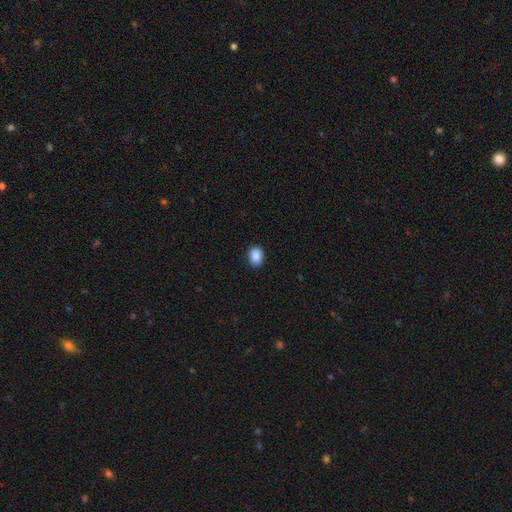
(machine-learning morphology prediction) smooth 89%, star or artifact 8%, featured or disk 3%. Down the decision tree: how rounded — in between (68%); merging — none (87%).